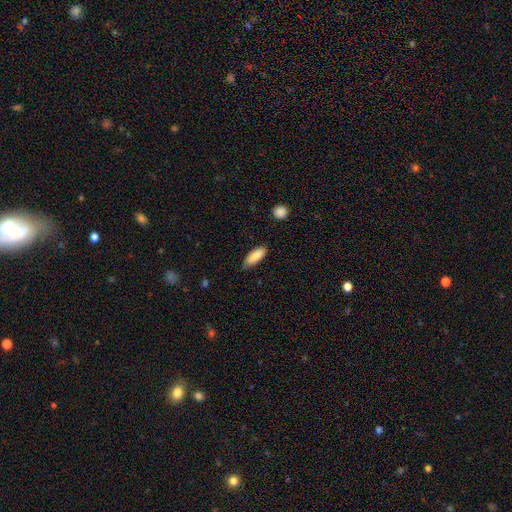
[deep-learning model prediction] Smooth or featured: smooth — 85% (featured or disk — 9%)
How rounded: in between — 73% (cigar-shaped — 25%)
Merging: none — 75% (minor disturbance — 20%)